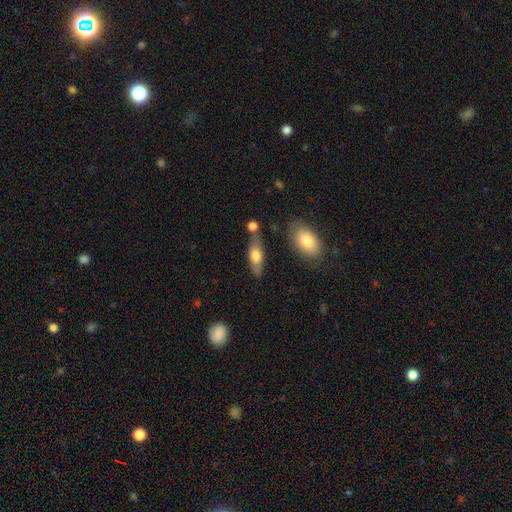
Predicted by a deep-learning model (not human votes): This appears to be a smooth galaxy with no disk features (60%) that is in between round and cigar-shaped (61%). Merging: none (66%).